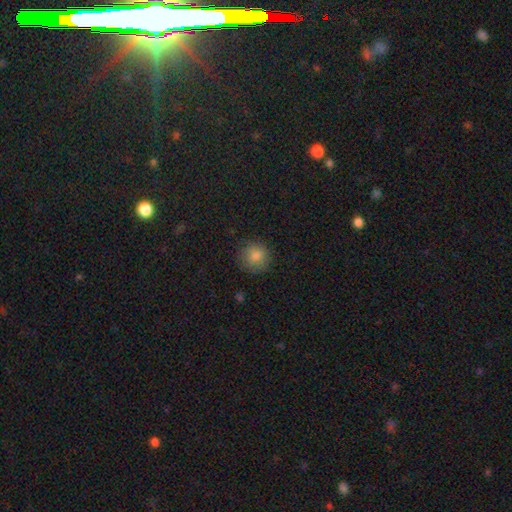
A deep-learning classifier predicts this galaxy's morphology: A smooth galaxy with no disk features (85%) that is round (92%).

Vote fractions:
- Smooth or featured? smooth: 85% / star or artifact: 9% / featured or disk: 5%
- How rounded? round: 92% / in between: 7% / cigar-shaped: 1%
- Merging? none: 85% / minor disturbance: 11% / major disturbance: 3% / merger: 1%